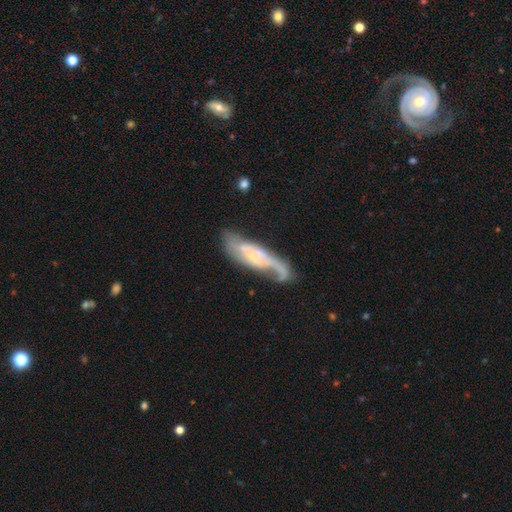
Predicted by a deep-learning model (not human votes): Smooth or featured?
  - featured or disk: 77% *
  - smooth: 18%
  - star or artifact: 6%
Edge-on disk?
  - no: 81% *
  - yes: 19%
Bar?
  - no: 56% *
  - weak: 34%
  - strong: 9%
Spiral arms?
  - yes: 89% *
  - no: 11%
Spiral winding?
  - medium: 41% *
  - loose: 34%
  - tight: 25%
Spiral arm count?
  - 2: 57% *
  - 1: 21%
  - can't tell: 17%
  - 3: 3%
  - 4: 1%
  - more than 4: 1%
Bulge size?
  - small: 55% *
  - moderate: 33%
  - none: 7%
  - large: 4%
  - dominant: 1%
Merging?
  - none: 55% *
  - minor disturbance: 23%
  - major disturbance: 17%
  - merger: 5%